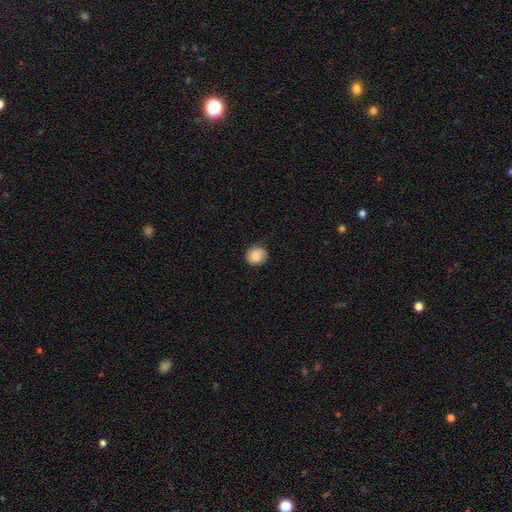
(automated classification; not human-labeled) Smooth or featured?
  - smooth: 81% *
  - featured or disk: 12%
  - star or artifact: 8%
How rounded?
  - round: 81% *
  - in between: 18%
  - cigar-shaped: 1%
Merging?
  - none: 78% *
  - minor disturbance: 17%
  - major disturbance: 4%
  - merger: 1%